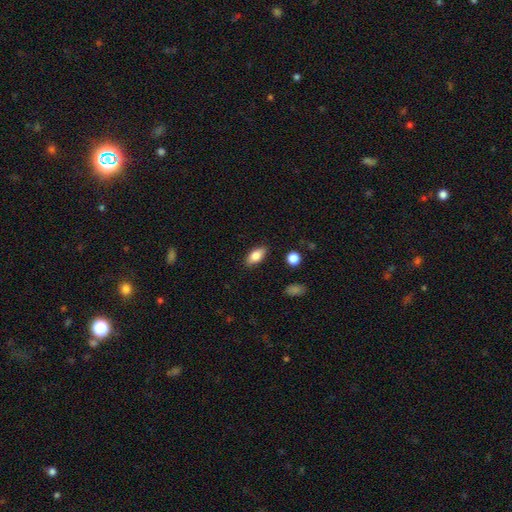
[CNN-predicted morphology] A smooth galaxy with no disk features (80%) that is in between round and cigar-shaped (87%).

Vote fractions:
- Smooth or featured? smooth: 80% / featured or disk: 13% / star or artifact: 7%
- How rounded? in between: 87% / cigar-shaped: 8% / round: 5%
- Merging? none: 86% / minor disturbance: 10% / major disturbance: 2% / merger: 1%